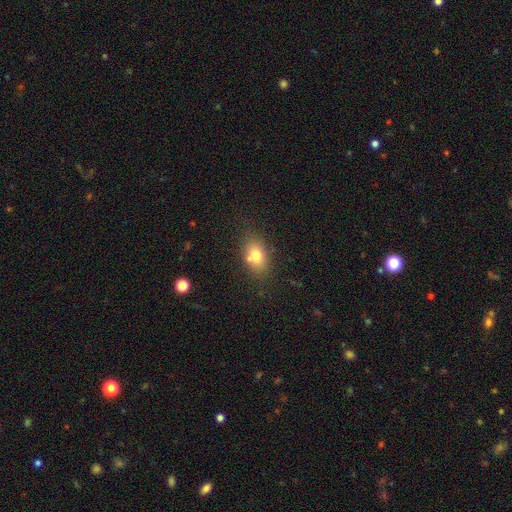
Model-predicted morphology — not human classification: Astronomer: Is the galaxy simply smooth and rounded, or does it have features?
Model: smooth — 75%.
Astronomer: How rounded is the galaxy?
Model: in between — 77%.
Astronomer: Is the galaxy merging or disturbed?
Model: none — 69%.